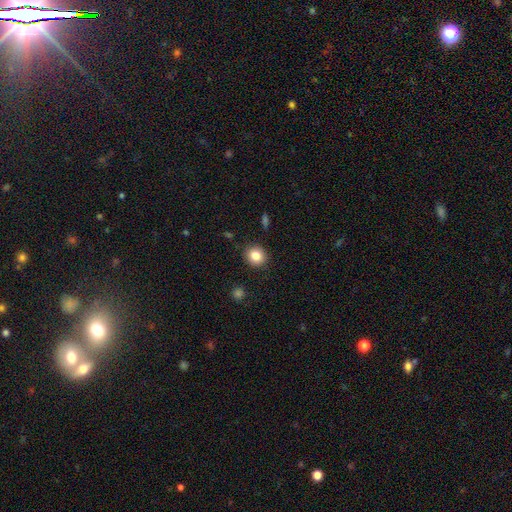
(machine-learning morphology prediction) smooth 84%, star or artifact 10%, featured or disk 6%. Down the decision tree: how rounded — round (82%); merging — none (89%).